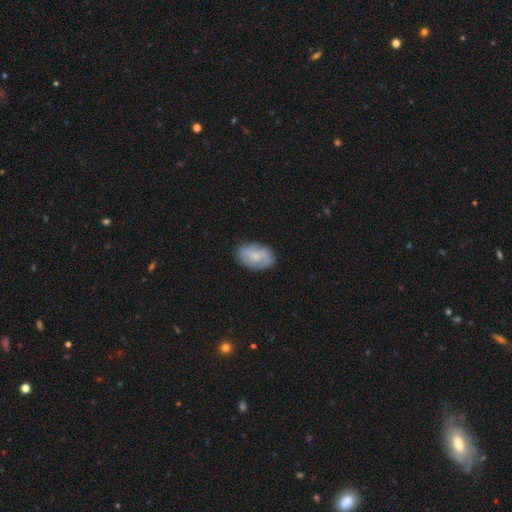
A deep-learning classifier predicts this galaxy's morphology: This is possibly a smooth galaxy (60%). How rounded: clearly in between (86%). Merging: likely none (77%).